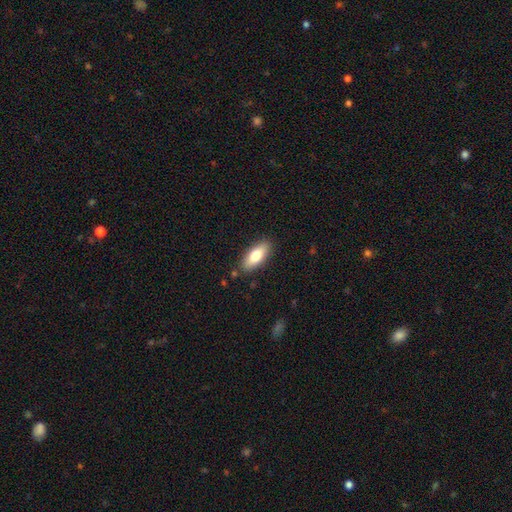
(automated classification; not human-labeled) Smooth or featured: smooth — 75% (featured or disk — 19%)
How rounded: in between — 76% (cigar-shaped — 21%)
Merging: none — 86% (minor disturbance — 10%)